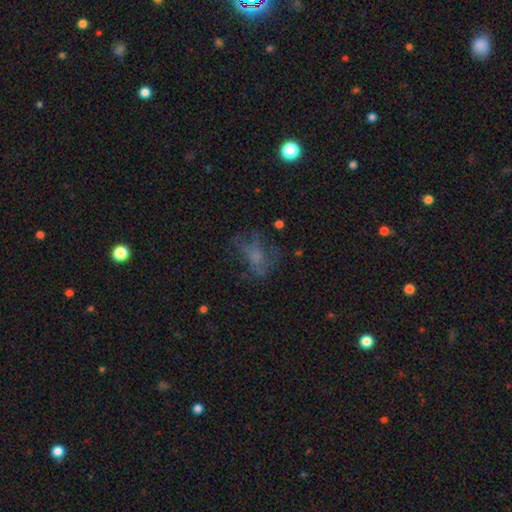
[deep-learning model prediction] Morphology: type=featured or disk (40%); merging=none (49%).